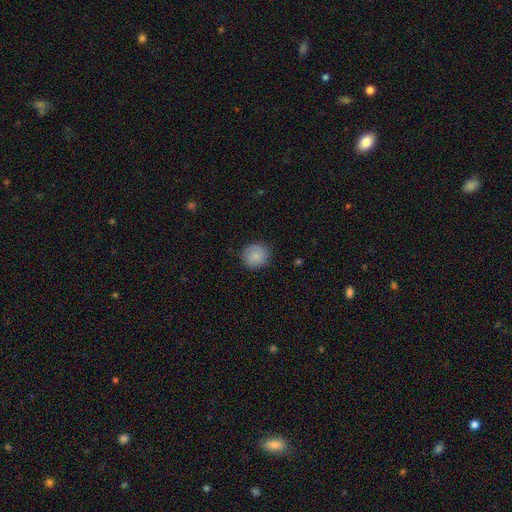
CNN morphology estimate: Q: Smooth or featured?
A: smooth (83%); runner-up: featured or disk (10%)
Q: How rounded?
A: round (87%); runner-up: in between (12%)
Q: Merging?
A: none (84%); runner-up: minor disturbance (13%)